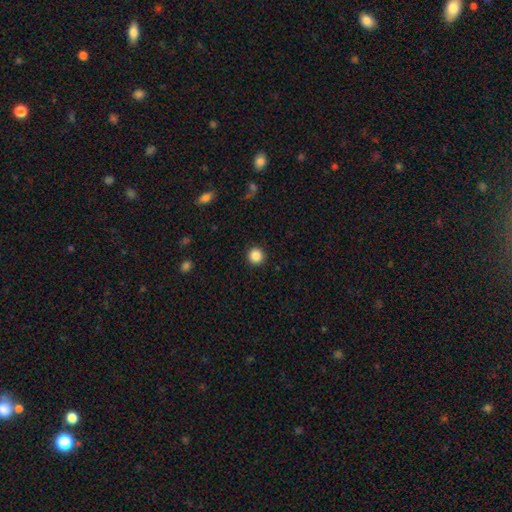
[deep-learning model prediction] smooth-or-featured: smooth: 87% | star or artifact: 10% | featured or disk: 3%
  how-rounded: round: 95% | in between: 4% | cigar-shaped: 1%
  merging: none: 92% | minor disturbance: 5% | major disturbance: 2% | merger: 1%